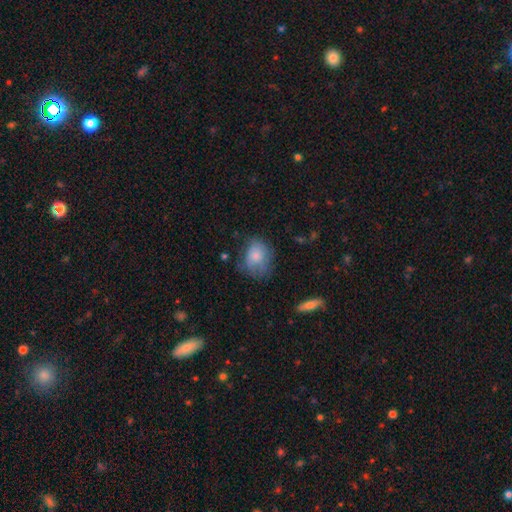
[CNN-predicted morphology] type=smooth (75%); roundness=in between (52%); merging=none (51%).